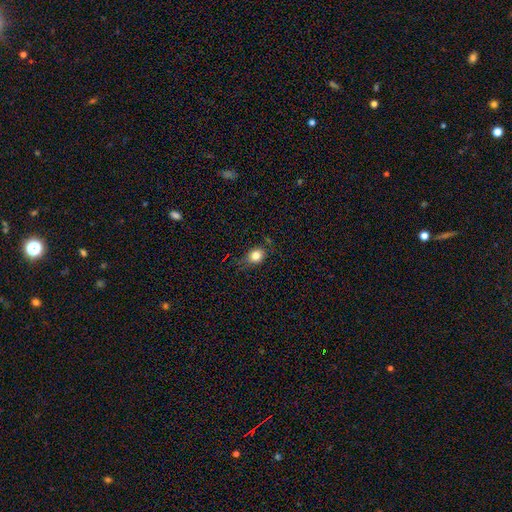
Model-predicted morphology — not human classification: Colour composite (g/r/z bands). It shows a smooth galaxy with no disk features (81%) that is round (58%). Merging: none (70%).